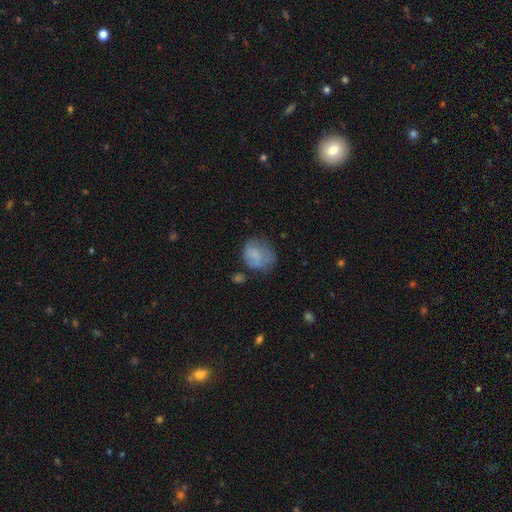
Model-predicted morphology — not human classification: Smooth or featured: smooth — 68% (featured or disk — 22%)
How rounded: round — 56% (in between — 43%)
Merging: none — 46% (minor disturbance — 28%)